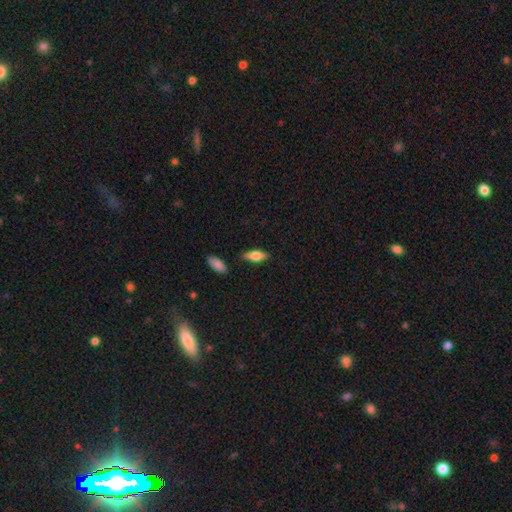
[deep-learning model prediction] Overall: smooth (63%; featured or disk 30%). How rounded: in between (67%; cigar-shaped 30%). Merging: none (84%).